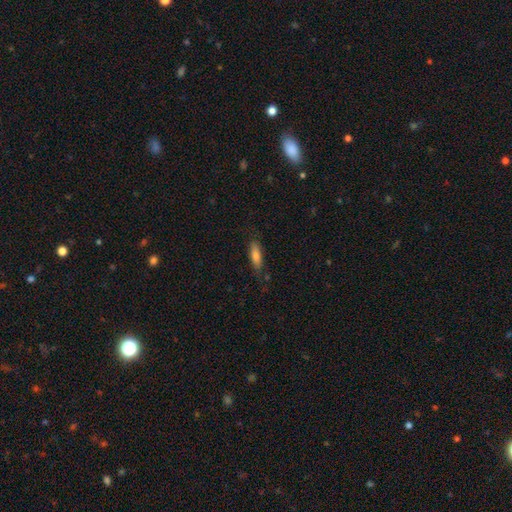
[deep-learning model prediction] Smooth or featured?
  - smooth: 77% *
  - featured or disk: 16%
  - star or artifact: 7%
How rounded?
  - cigar-shaped: 55% *
  - in between: 43%
  - round: 2%
Merging?
  - none: 79% *
  - minor disturbance: 16%
  - major disturbance: 3%
  - merger: 2%